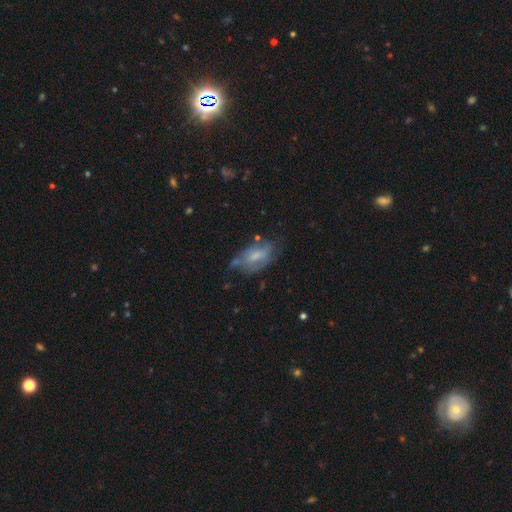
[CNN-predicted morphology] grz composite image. It shows a smooth galaxy with no disk features (46%). Merging: none (47%).